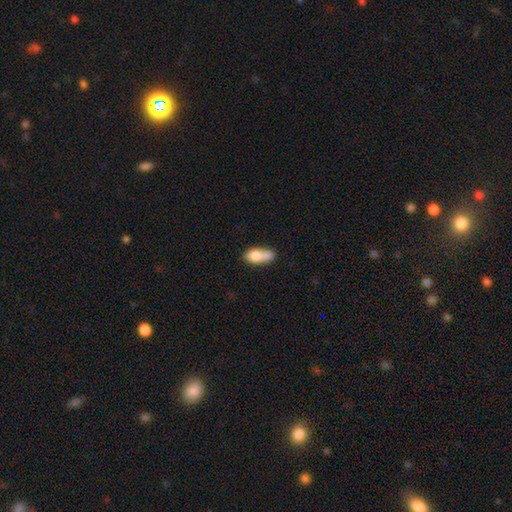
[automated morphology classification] Overall: smooth (74%). How rounded: in between (77%). Merging: merger (34%, tied with none).